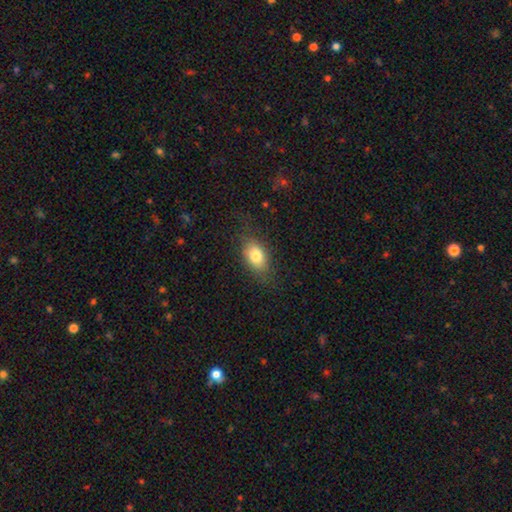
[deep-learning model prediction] Smooth or featured? Predicted: smooth (p=0.77). How rounded? Predicted: in between (p=0.81). Merging? Predicted: none (p=0.76).